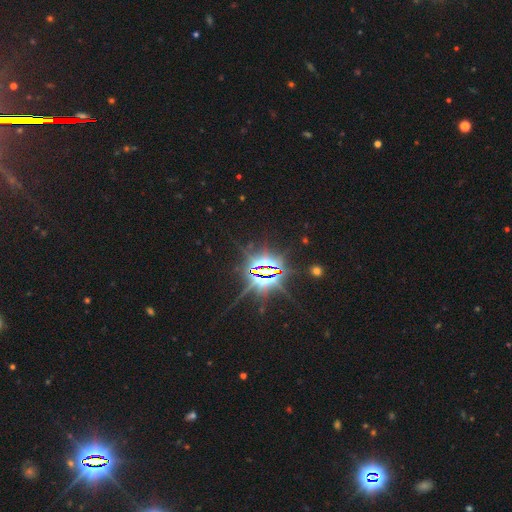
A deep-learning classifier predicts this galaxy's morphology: This appears to be a star or artifact, not a galaxy (88%).